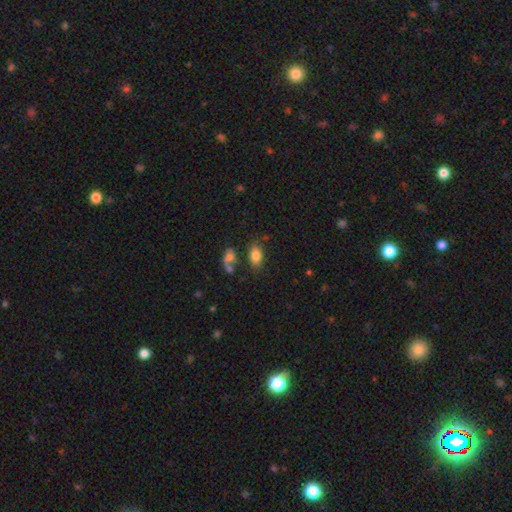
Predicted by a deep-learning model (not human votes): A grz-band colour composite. It shows a smooth galaxy with no disk features (81%) that is in between round and cigar-shaped (89%). Merging: none (73%).